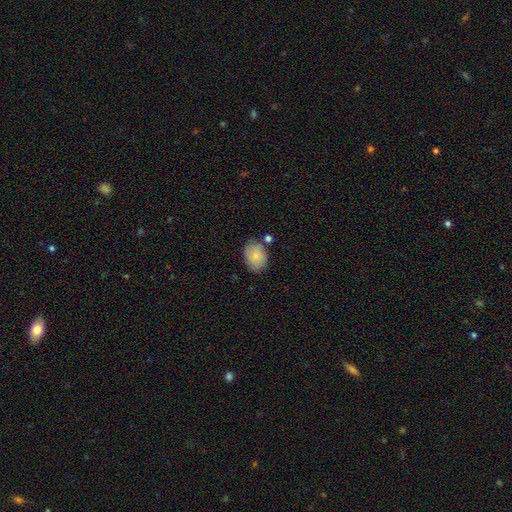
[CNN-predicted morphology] smooth_or_featured: smooth (p=0.83) [alt: featured or disk p=0.11]
how_rounded: in between (p=0.77) [alt: round p=0.22]
merging: none (p=0.69) [alt: minor disturbance p=0.19]